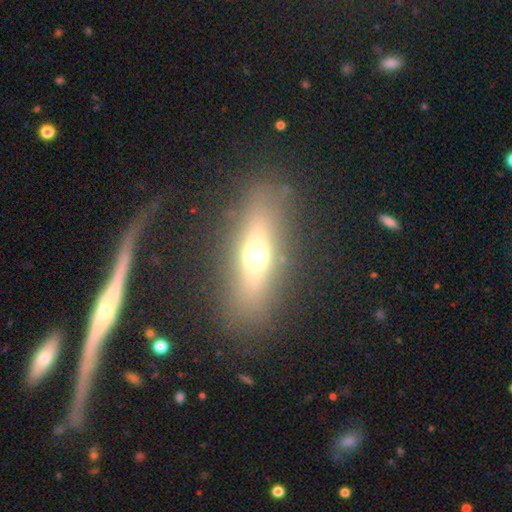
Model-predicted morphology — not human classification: The model was most divided on "smooth or featured": smooth: 45%, featured or disk: 44%, star or artifact: 11%. More confident: merging — none (74%).